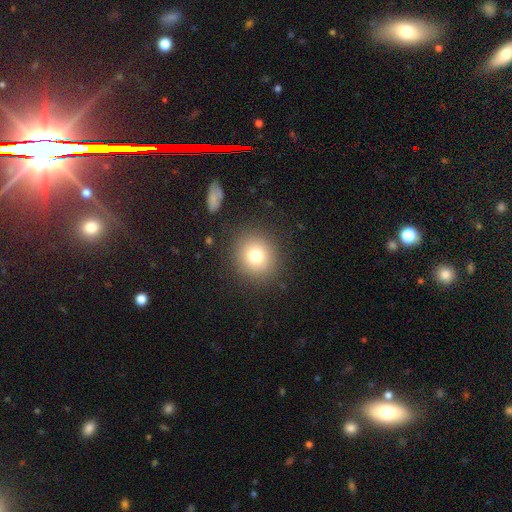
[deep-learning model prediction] Q: Smooth or featured?
A: smooth (77%); runner-up: star or artifact (13%)
Q: How rounded?
A: round (88%); runner-up: in between (11%)
Q: Merging?
A: none (88%); runner-up: minor disturbance (7%)